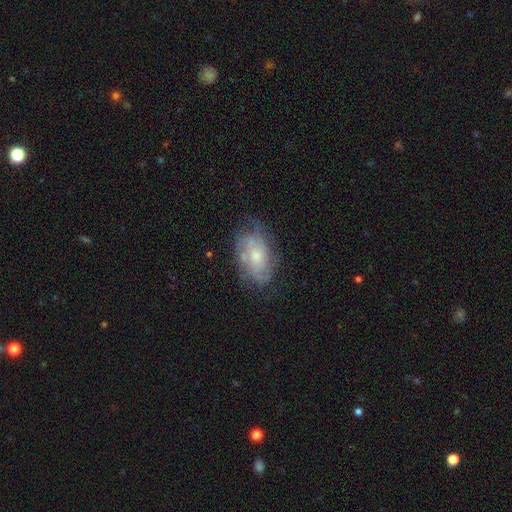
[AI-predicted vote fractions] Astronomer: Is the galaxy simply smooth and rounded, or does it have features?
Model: featured or disk — 69%.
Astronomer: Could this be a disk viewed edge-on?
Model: no — 95%.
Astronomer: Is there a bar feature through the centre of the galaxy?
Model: no — 75%.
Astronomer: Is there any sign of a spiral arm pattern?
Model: yes — 80%.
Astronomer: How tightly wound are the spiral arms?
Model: tight — 48% (runner-up: medium, 37%).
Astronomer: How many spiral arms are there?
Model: can't tell — 48% (runner-up: 2, 24%).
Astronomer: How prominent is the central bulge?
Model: small — 45% (runner-up: moderate, 44%).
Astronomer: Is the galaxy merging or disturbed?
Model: none — 63%.